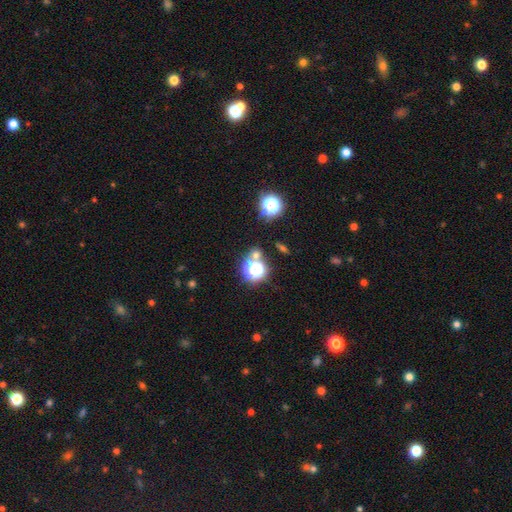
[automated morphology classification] Smooth or featured: smooth — 48% (star or artifact — 42%)
Merging: none — 69% (merger — 18%)